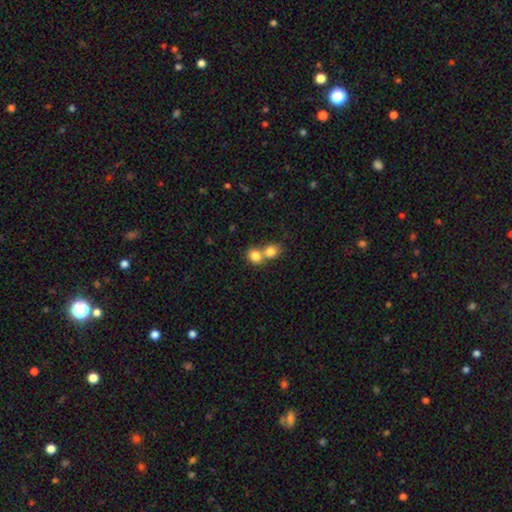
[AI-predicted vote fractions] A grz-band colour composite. It shows a smooth galaxy with no disk features (82%) that is round (69%). Merging: merger (59%).